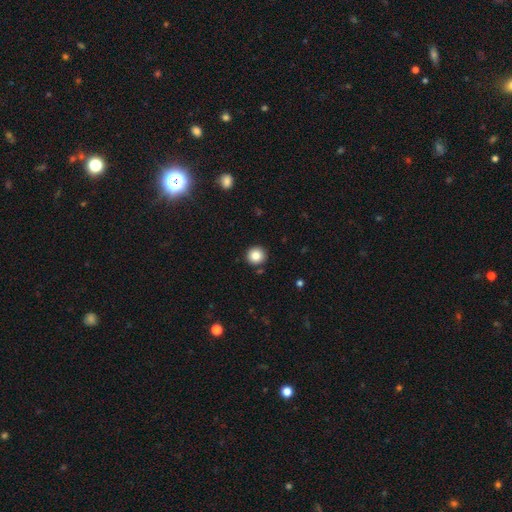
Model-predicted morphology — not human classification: smooth-or-featured: smooth: 85% | star or artifact: 10% | featured or disk: 5%
  how-rounded: round: 95% | in between: 4% | cigar-shaped: 1%
  merging: none: 90% | minor disturbance: 6% | merger: 2% | major disturbance: 2%